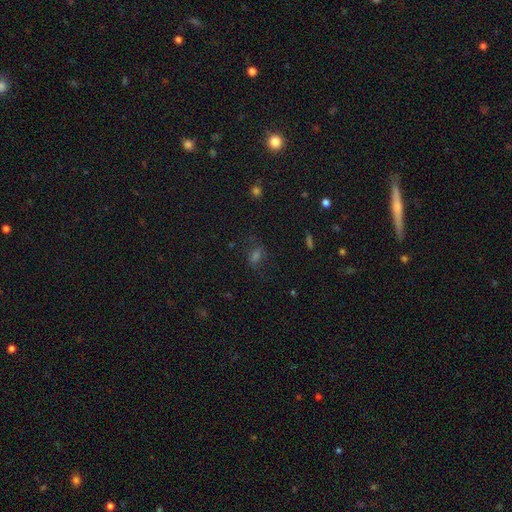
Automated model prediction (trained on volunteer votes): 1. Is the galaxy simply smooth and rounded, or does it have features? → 48% smooth, 37% star or artifact, 15% featured or disk.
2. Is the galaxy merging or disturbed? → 68% none, 18% minor disturbance, 11% major disturbance, 2% merger.